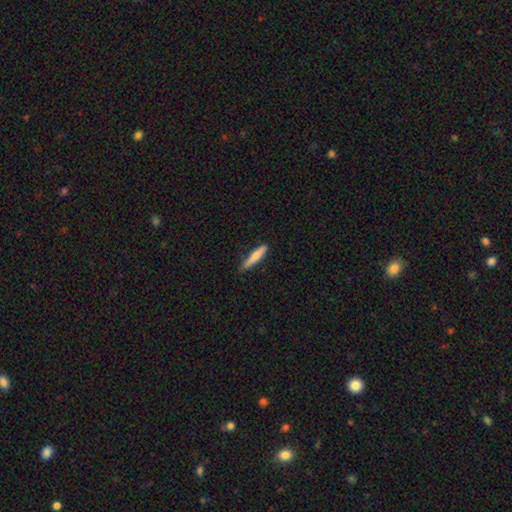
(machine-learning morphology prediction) type=smooth (71%); roundness=cigar-shaped (88%); merging=none (79%).